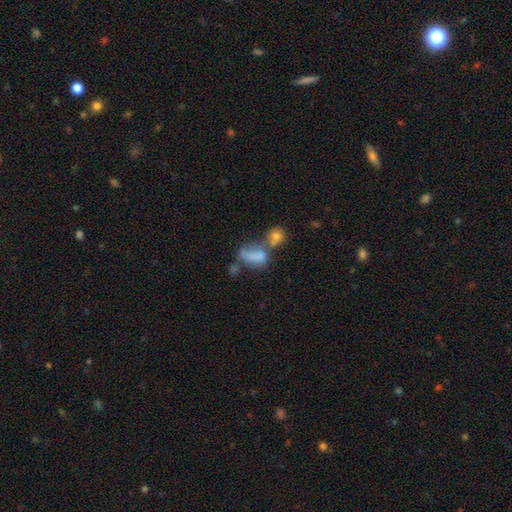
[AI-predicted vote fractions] This appears to be a smooth galaxy with no disk features (65%) that is in between round and cigar-shaped (78%). Merging: merger (46%).